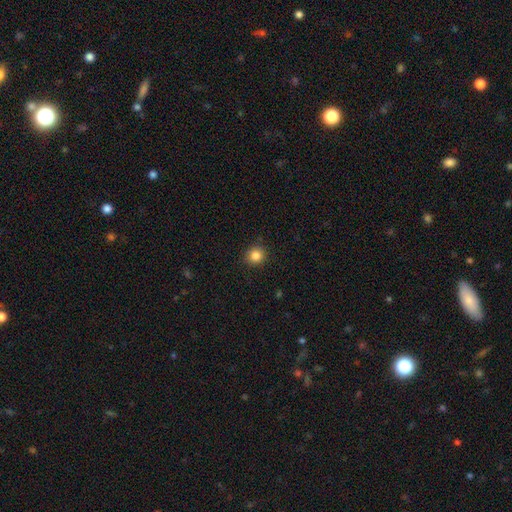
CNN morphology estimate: The model was most divided on "smooth or featured": smooth: 85%, star or artifact: 11%, featured or disk: 4%. More confident: how rounded — round (89%); merging — none (89%).